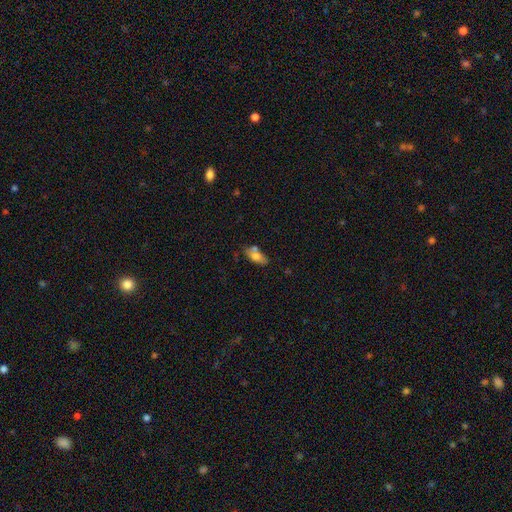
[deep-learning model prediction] A smooth galaxy with no disk features (70%) that is in between round and cigar-shaped (84%). Merging: none (58%).